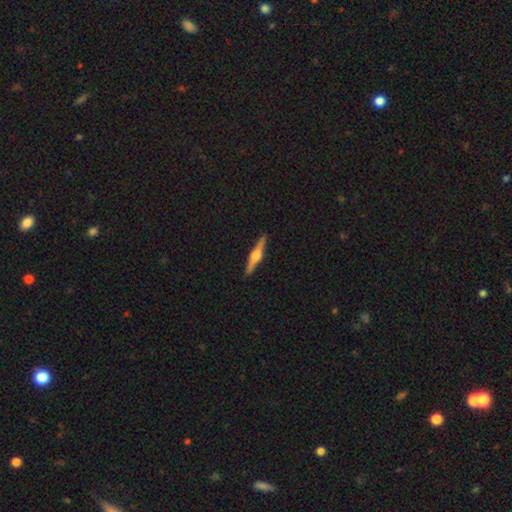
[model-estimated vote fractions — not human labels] Q: Smooth or featured?
A: featured or disk (79%); runner-up: smooth (16%)
Q: Edge-on disk?
A: yes (98%); runner-up: no (2%)
Q: Edge-on bulge?
A: rounded (94%); runner-up: boxy (4%)
Q: Merging?
A: none (92%); runner-up: minor disturbance (6%)